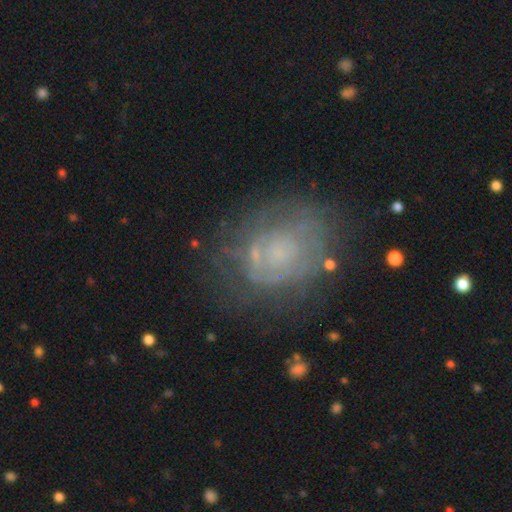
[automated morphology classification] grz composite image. It shows a featured or disk galaxy (67%) with no bar (81%), spiral arms (68%) and a small central bulge (47%). Merging: none (58%).